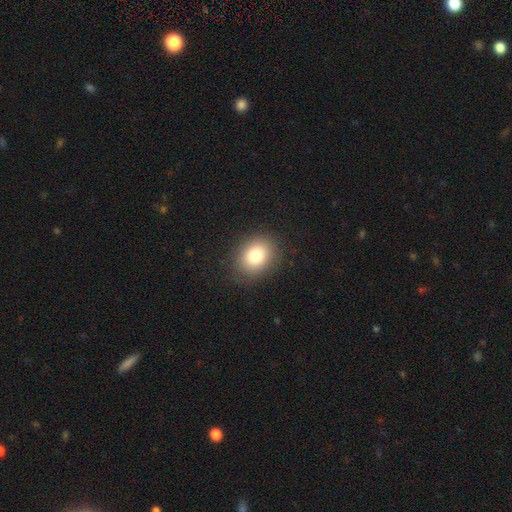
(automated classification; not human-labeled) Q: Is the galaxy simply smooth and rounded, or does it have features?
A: smooth — 81%.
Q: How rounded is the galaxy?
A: round — 53%.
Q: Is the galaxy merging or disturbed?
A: none — 87%.